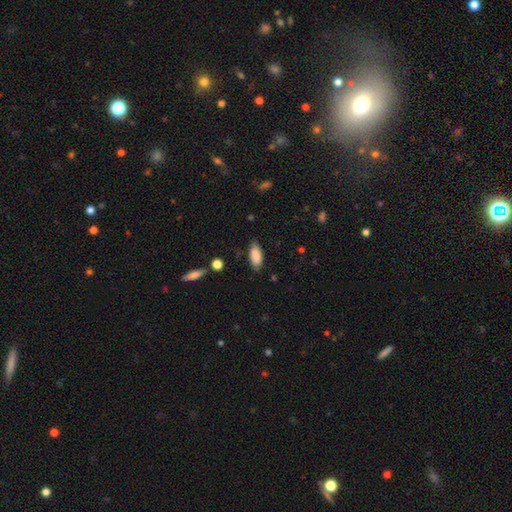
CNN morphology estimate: A smooth galaxy with no disk features (86%) that is in between round and cigar-shaped (84%).

Vote fractions:
- Smooth or featured? smooth: 86% / featured or disk: 8% / star or artifact: 6%
- How rounded? in between: 84% / cigar-shaped: 14% / round: 2%
- Merging? none: 78% / minor disturbance: 17% / major disturbance: 3% / merger: 2%